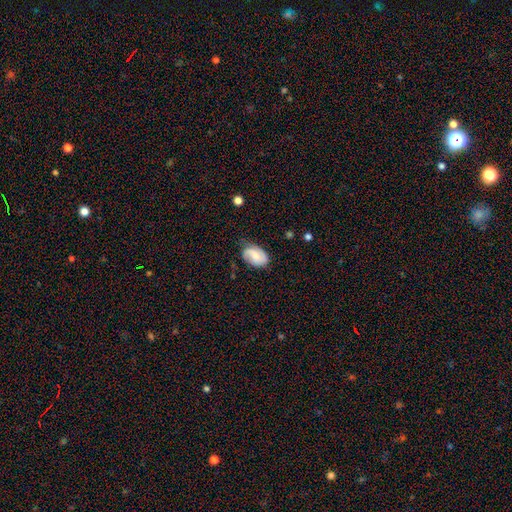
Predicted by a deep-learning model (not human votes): smooth_or_featured: featured or disk (p=0.52) [alt: smooth p=0.41]
disk_edge_on: no (p=0.96) [alt: yes p=0.04]
bar: no (p=0.57) [alt: weak p=0.35]
has_spiral_arms: yes (p=0.88) [alt: no p=0.12]
bulge_size: moderate (p=0.42) [tied with: small p=0.42]
merging: none (p=0.63) [alt: minor disturbance p=0.28]